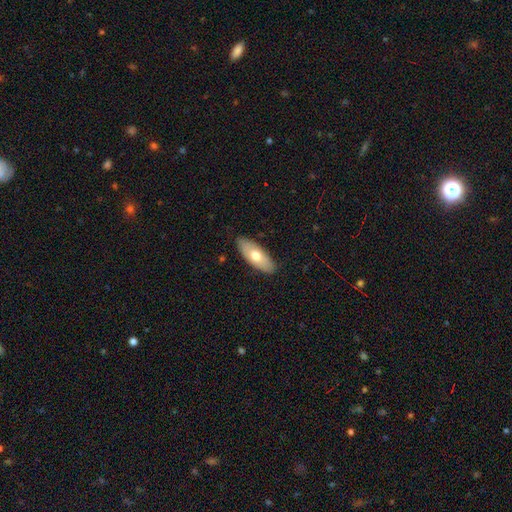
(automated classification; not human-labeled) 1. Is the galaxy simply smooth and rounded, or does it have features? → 64% smooth, 31% featured or disk, 5% star or artifact.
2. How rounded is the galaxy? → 80% in between, 18% cigar-shaped, 2% round.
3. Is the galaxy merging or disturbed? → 85% none, 12% minor disturbance, 2% major disturbance, 1% merger.